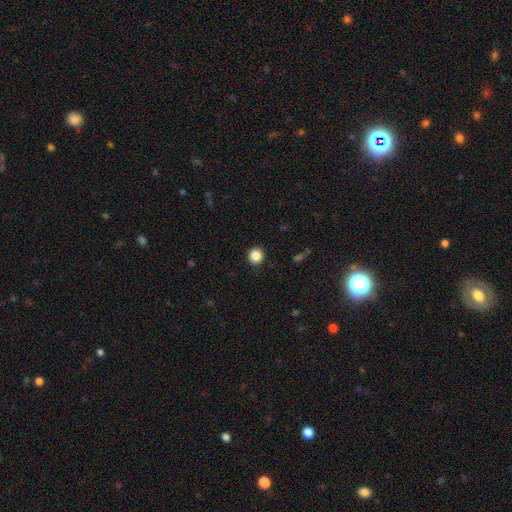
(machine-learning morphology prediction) Smooth or featured: smooth — 87% (star or artifact — 10%)
How rounded: round — 92% (in between — 7%)
Merging: none — 92% (minor disturbance — 5%)